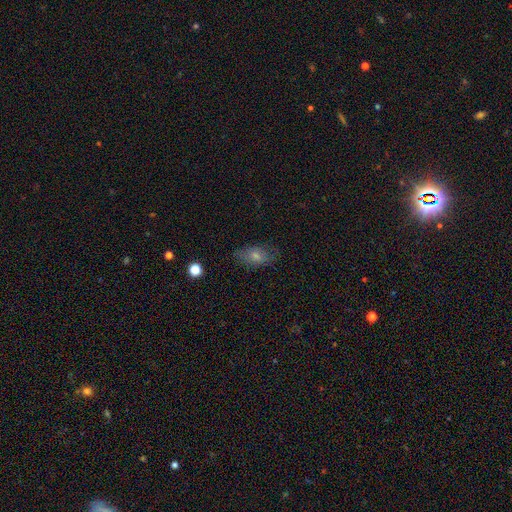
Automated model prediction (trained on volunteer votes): A smooth galaxy with no disk features (58%) that is in between round and cigar-shaped (83%).

Vote fractions:
- Smooth or featured? smooth: 58% / featured or disk: 26% / star or artifact: 16%
- How rounded? in between: 83% / round: 11% / cigar-shaped: 6%
- Merging? none: 77% / minor disturbance: 17% / major disturbance: 5% / merger: 1%